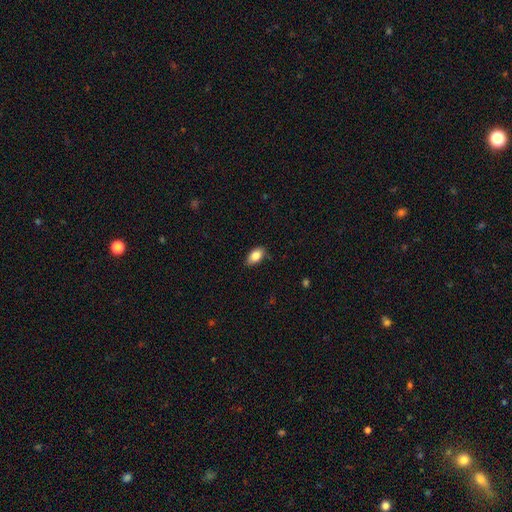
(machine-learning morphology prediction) This is clearly a smooth galaxy (84%). How rounded: clearly in between (91%). Merging: clearly none (83%).